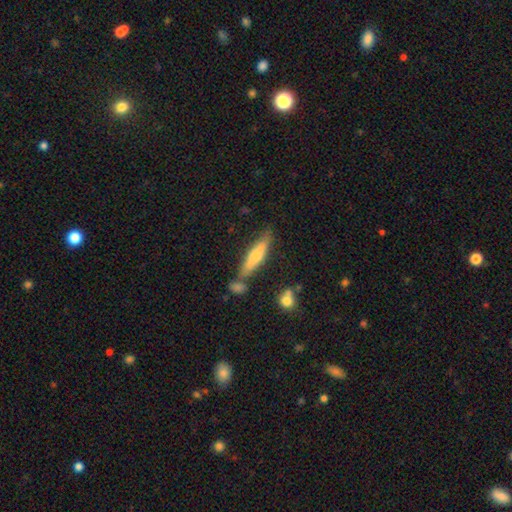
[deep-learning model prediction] This is likely a smooth galaxy (63%). How rounded: likely cigar-shaped (77%). Merging: likely none (65%).